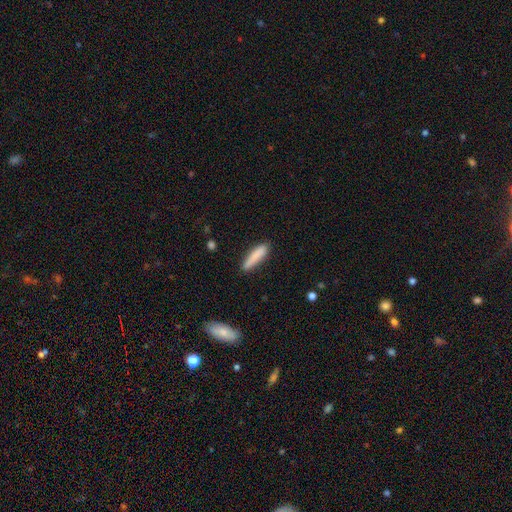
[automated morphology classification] This appears to be a smooth galaxy with no disk features (85%) that is cigar-shaped (81%). Merging: none (84%).